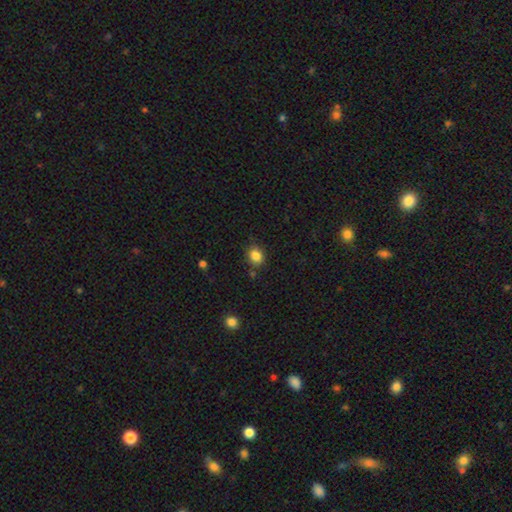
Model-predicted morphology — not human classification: A smooth galaxy with no disk features (85%) that is round (58%). Merging: none (76%).